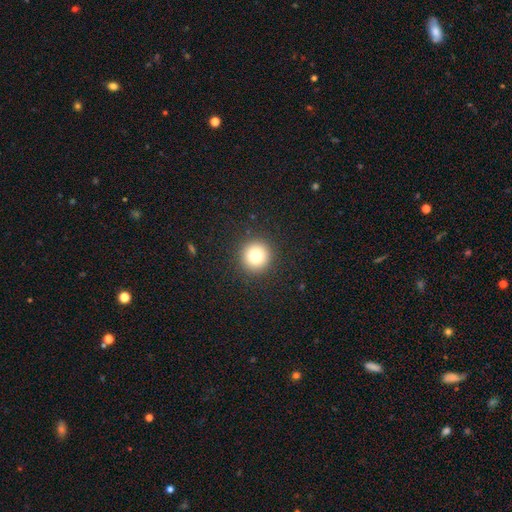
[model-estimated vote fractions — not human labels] Smooth or featured: smooth — 79% (star or artifact — 13%)
How rounded: round — 95% (in between — 4%)
Merging: none — 92% (minor disturbance — 5%)